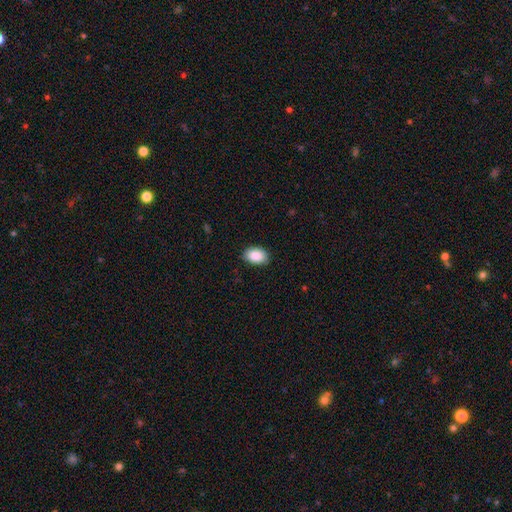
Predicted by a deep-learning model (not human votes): Overall: smooth (90%). How rounded: in between (87%). Merging: none (86%).